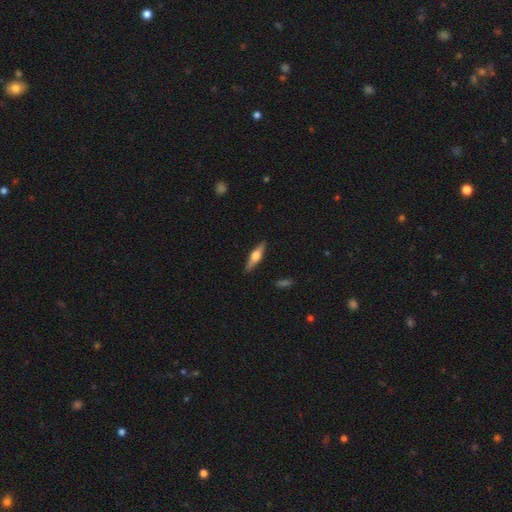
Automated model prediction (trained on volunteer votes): smooth_or_featured: featured or disk (p=0.62) [alt: smooth p=0.33]
disk_edge_on: yes (p=0.96) [alt: no p=0.04]
edge_on_bulge: rounded (p=0.93) [alt: boxy p=0.05]
merging: none (p=0.89) [alt: minor disturbance p=0.08]